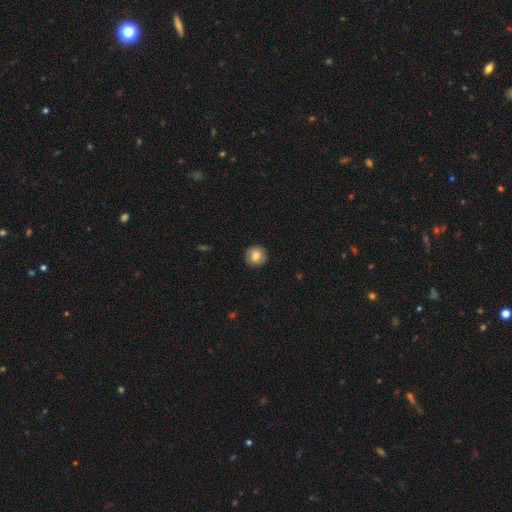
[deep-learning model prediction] smooth 82%, featured or disk 10%, star or artifact 8%. Down the decision tree: how rounded — round (94%); merging — none (90%).